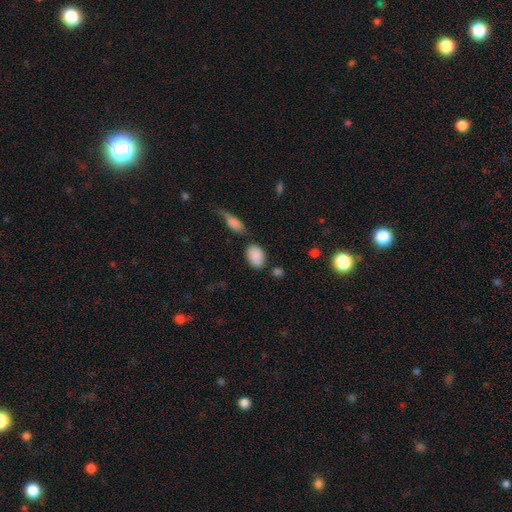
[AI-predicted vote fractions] Smooth or featured?
  - smooth: 88% *
  - star or artifact: 7%
  - featured or disk: 5%
How rounded?
  - in between: 87% *
  - round: 12%
  - cigar-shaped: 2%
Merging?
  - none: 70% *
  - minor disturbance: 15%
  - merger: 10%
  - major disturbance: 5%